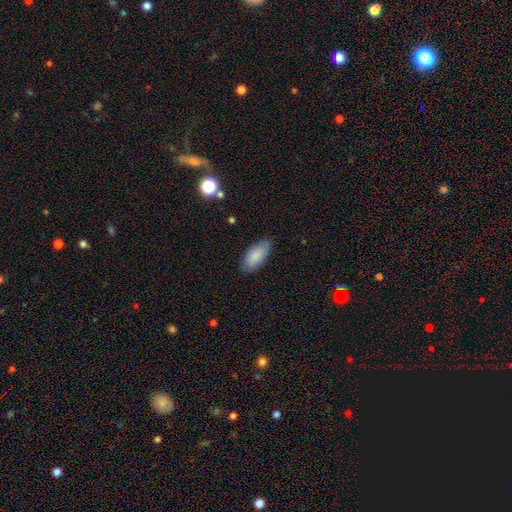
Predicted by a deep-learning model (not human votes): Overall: smooth (85%). How rounded: in between (89%). Merging: none (81%).